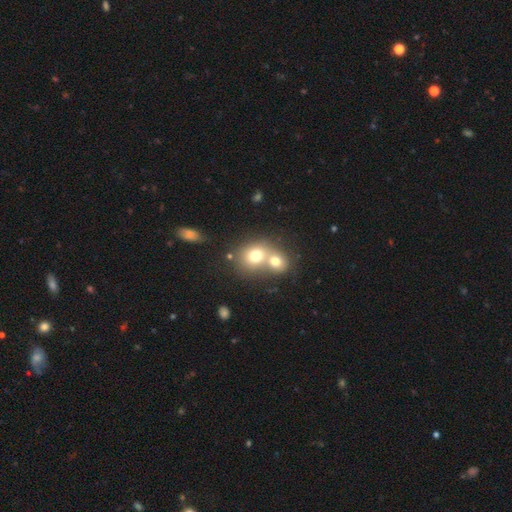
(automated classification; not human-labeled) smooth-or-featured: smooth: 71% | featured or disk: 18% | star or artifact: 12%
  how-rounded: round: 67% | in between: 32% | cigar-shaped: 1%
  merging: merger: 62% | none: 28% | minor disturbance: 6% | major disturbance: 3%